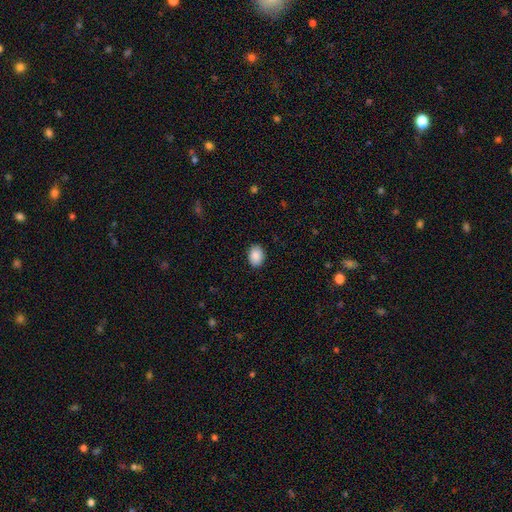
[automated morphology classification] A smooth galaxy with no disk features (89%) that is in between round and cigar-shaped (70%).

Vote fractions:
- Smooth or featured? smooth: 89% / star or artifact: 7% / featured or disk: 4%
- How rounded? in between: 70% / round: 29% / cigar-shaped: 1%
- Merging? none: 89% / minor disturbance: 8% / major disturbance: 2% / merger: 1%